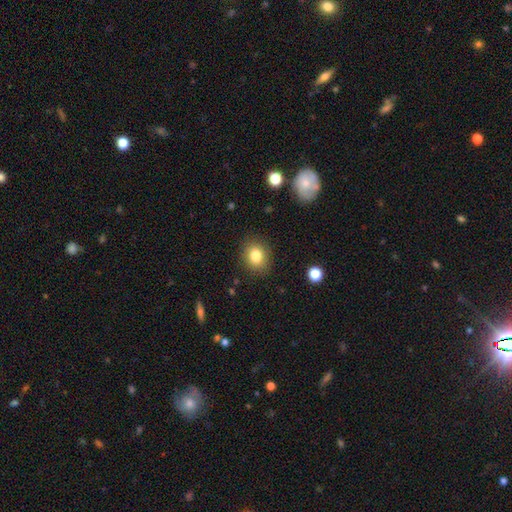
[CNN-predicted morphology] This appears to be a smooth galaxy with no disk features (82%) that is round (61%). Merging: none (87%).